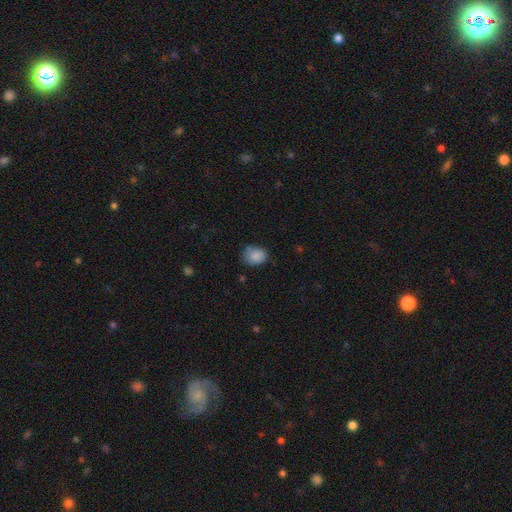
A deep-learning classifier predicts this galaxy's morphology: Q: Smooth or featured?
A: smooth (86%); runner-up: star or artifact (9%)
Q: How rounded?
A: round (50%); runner-up: in between (49%)
Q: Merging?
A: none (63%); runner-up: minor disturbance (28%)